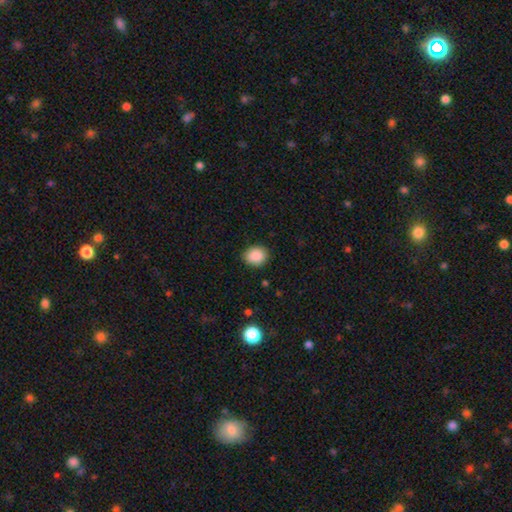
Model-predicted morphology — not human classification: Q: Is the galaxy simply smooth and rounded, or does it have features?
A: smooth — 89%.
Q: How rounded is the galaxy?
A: round — 65%.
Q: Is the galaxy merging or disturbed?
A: none — 87%.